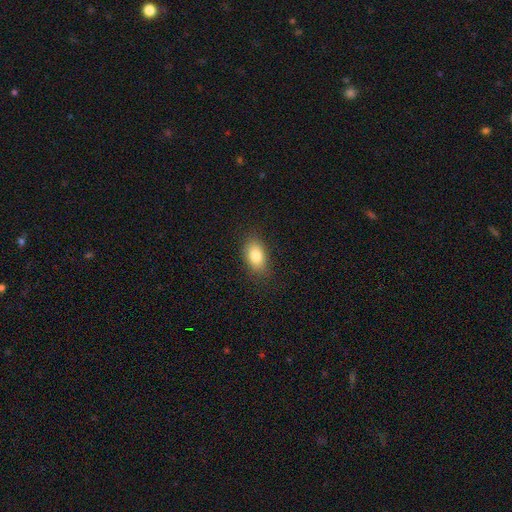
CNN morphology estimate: Smooth or featured? smooth (82%)
How rounded? in between (89%)
Merging? none (84%)